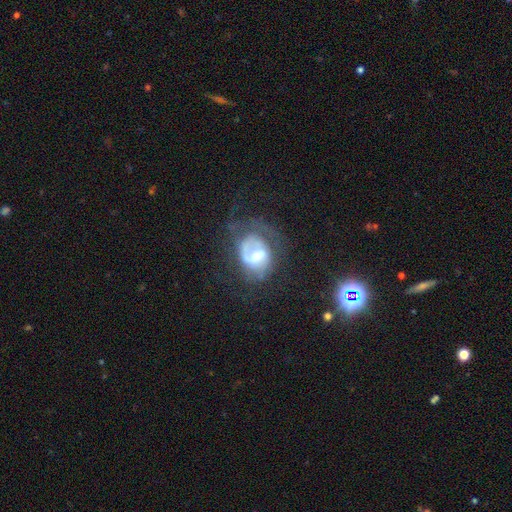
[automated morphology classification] Smooth or featured: featured or disk — 64% (smooth — 28%)
Edge-on disk: no — 97% (yes — 3%)
Bar: weak — 49% (no — 30%)
Spiral arms: yes — 70% (no — 30%)
Bulge size: moderate — 43% (small — 25%)
Merging: none — 39% (major disturbance — 36%)